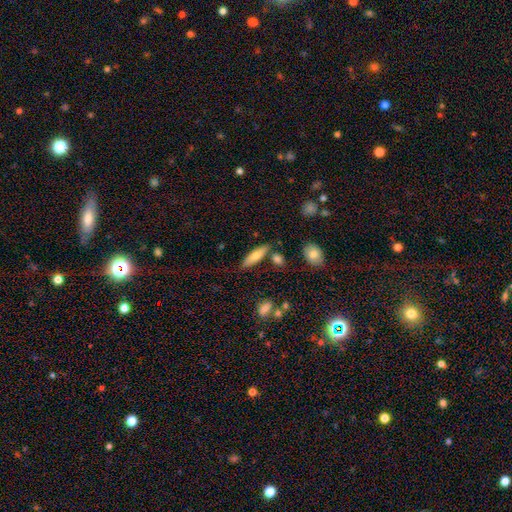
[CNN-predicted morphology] Smooth or featured?
  - smooth: 70% *
  - featured or disk: 23%
  - star or artifact: 7%
How rounded?
  - cigar-shaped: 65% *
  - in between: 33%
  - round: 2%
Merging?
  - none: 78% *
  - minor disturbance: 12%
  - merger: 7%
  - major disturbance: 3%